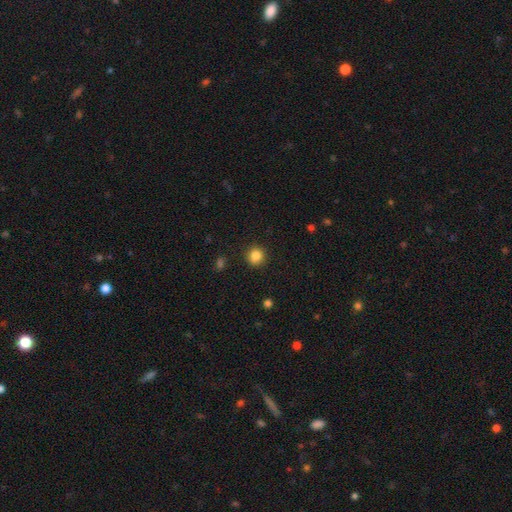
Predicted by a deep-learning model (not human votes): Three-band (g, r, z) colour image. It shows a smooth galaxy with no disk features (85%) that is round (89%). Merging: none (89%).